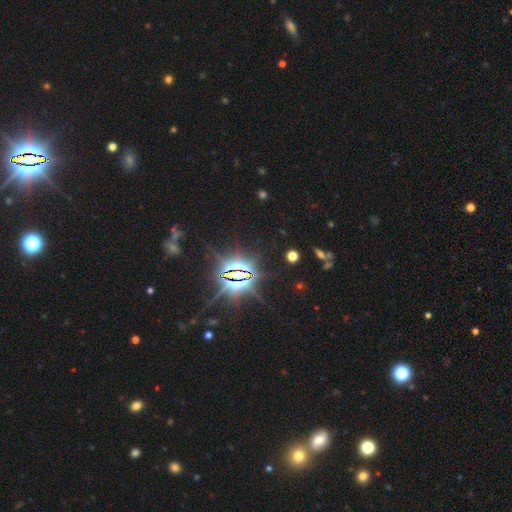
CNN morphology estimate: Smooth or featured? Predicted: star or artifact (p=0.85).